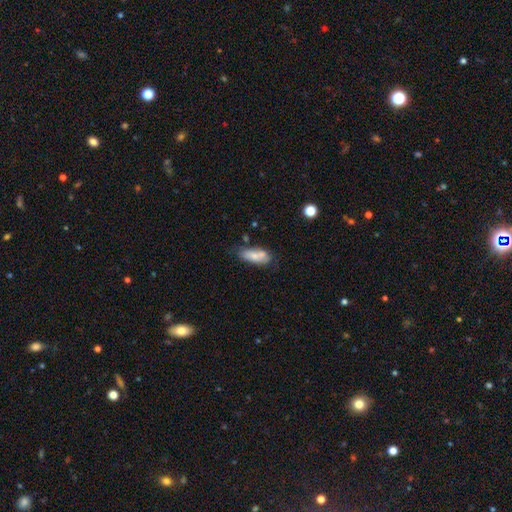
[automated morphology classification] Smooth or featured?
  - smooth: 74% *
  - featured or disk: 18%
  - star or artifact: 7%
How rounded?
  - in between: 75% *
  - cigar-shaped: 22%
  - round: 3%
Merging?
  - none: 55% *
  - minor disturbance: 25%
  - merger: 14%
  - major disturbance: 7%